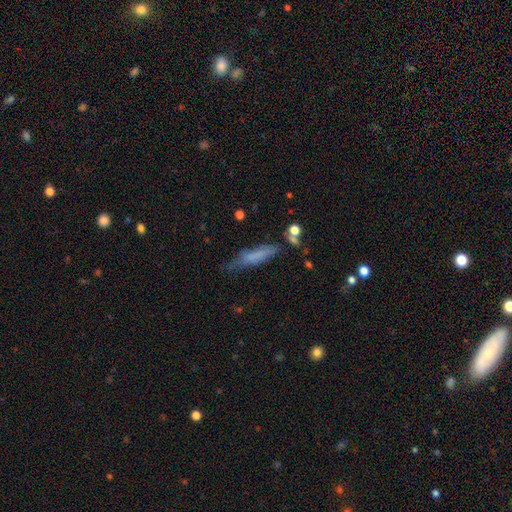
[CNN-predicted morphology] Q: Smooth or featured?
A: smooth (63%); runner-up: featured or disk (26%)
Q: How rounded?
A: cigar-shaped (77%); runner-up: in between (21%)
Q: Merging?
A: none (55%); runner-up: minor disturbance (28%)